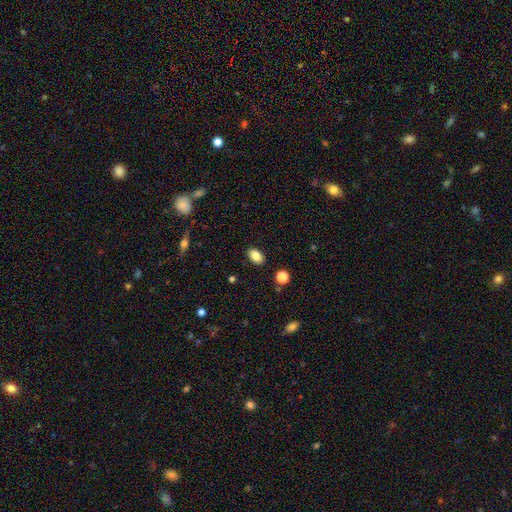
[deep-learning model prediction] This appears to be a smooth galaxy with no disk features (86%) that is in between round and cigar-shaped (90%). Merging: none (88%).